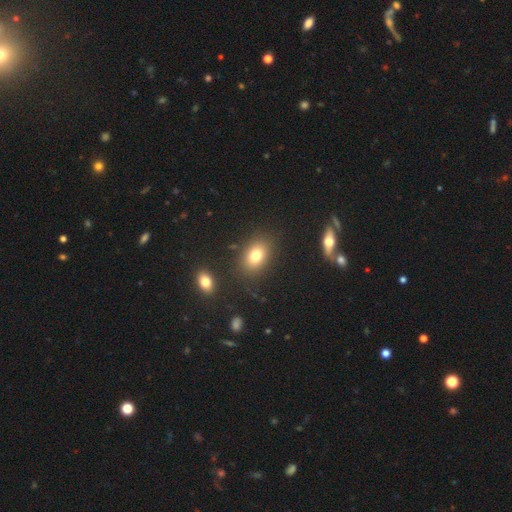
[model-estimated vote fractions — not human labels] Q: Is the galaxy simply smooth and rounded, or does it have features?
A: smooth — 77%.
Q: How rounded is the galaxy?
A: in between — 75%.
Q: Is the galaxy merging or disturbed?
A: none — 83%.